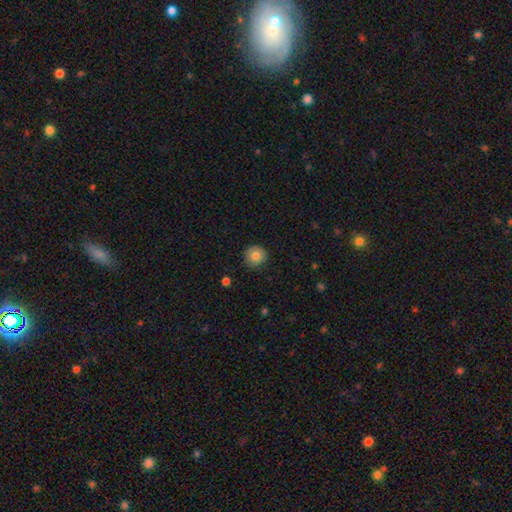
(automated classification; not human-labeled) Smooth or featured?
  - smooth: 82% *
  - featured or disk: 10%
  - star or artifact: 9%
How rounded?
  - round: 95% *
  - in between: 4%
  - cigar-shaped: 1%
Merging?
  - none: 89% *
  - minor disturbance: 8%
  - major disturbance: 2%
  - merger: 1%